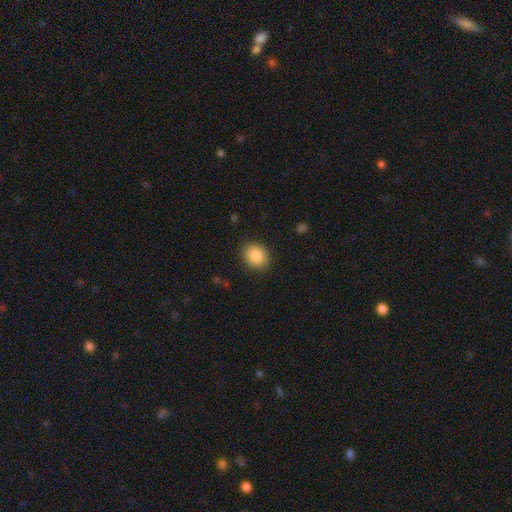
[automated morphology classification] smooth-or-featured: smooth: 87% | star or artifact: 8% | featured or disk: 5%
  how-rounded: round: 55% | in between: 44% | cigar-shaped: 1%
  merging: none: 88% | minor disturbance: 9% | major disturbance: 3% | merger: 1%